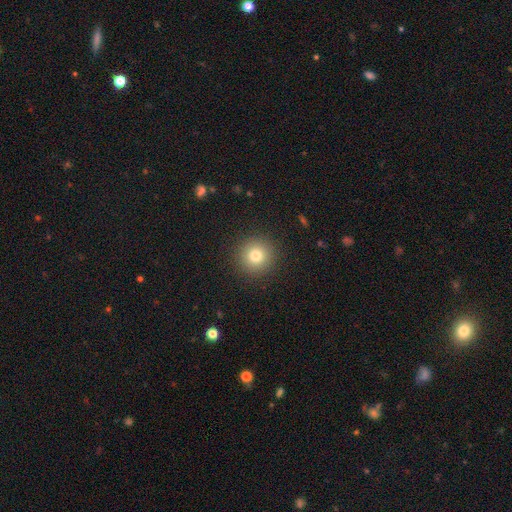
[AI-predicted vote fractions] This appears to be a smooth galaxy with no disk features (79%) that is round (95%). Merging: none (92%).